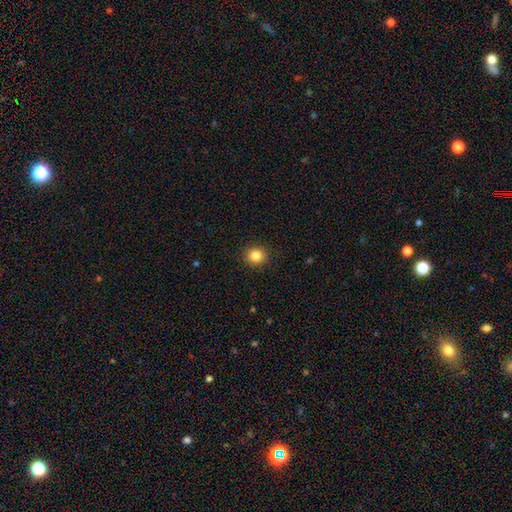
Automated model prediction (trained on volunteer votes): smooth 84%, star or artifact 11%, featured or disk 5%. Down the decision tree: how rounded — round (86%); merging — none (91%).